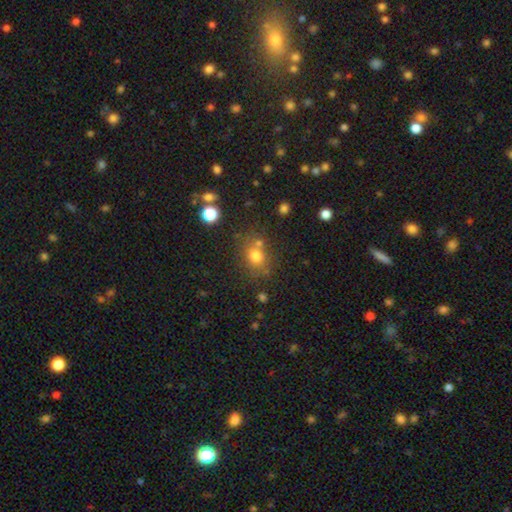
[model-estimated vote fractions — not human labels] smooth 75%, star or artifact 15%, featured or disk 10%. Down the decision tree: how rounded — round (64%); merging — none (64%).